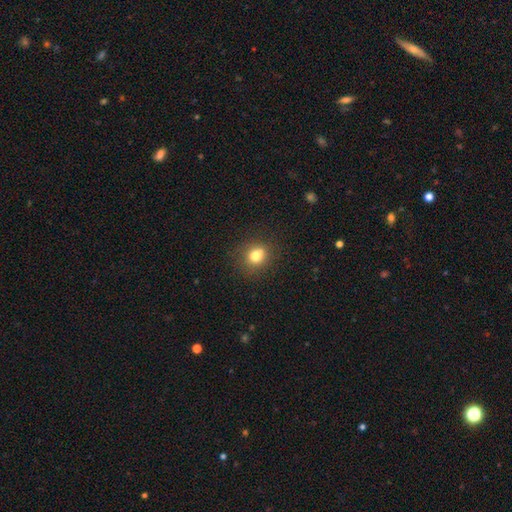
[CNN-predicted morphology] Smooth or featured? smooth (74%)
How rounded? round (73%)
Merging? none (65%)